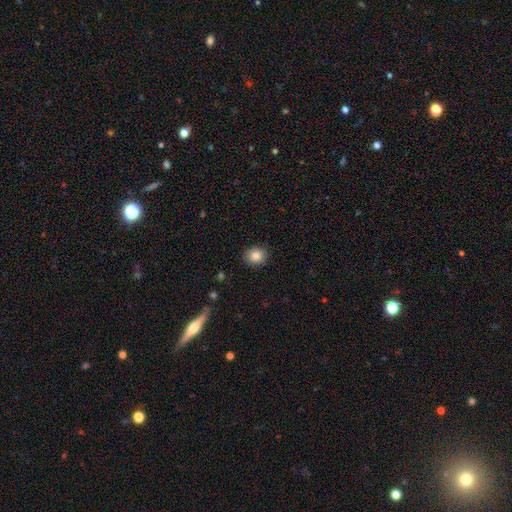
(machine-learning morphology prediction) Q: Smooth or featured?
A: smooth (84%); runner-up: star or artifact (9%)
Q: How rounded?
A: round (70%); runner-up: in between (29%)
Q: Merging?
A: none (89%); runner-up: minor disturbance (8%)